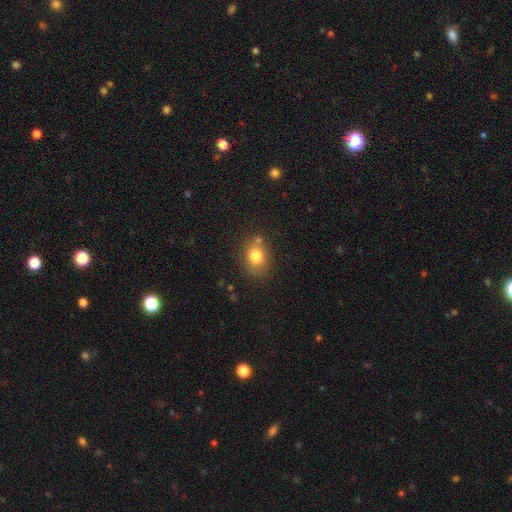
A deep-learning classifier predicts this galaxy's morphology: smooth-or-featured: smooth: 79% | star or artifact: 10% | featured or disk: 10%
  how-rounded: in between: 51% | round: 48% | cigar-shaped: 1%
  merging: none: 68% | minor disturbance: 17% | merger: 9% | major disturbance: 5%